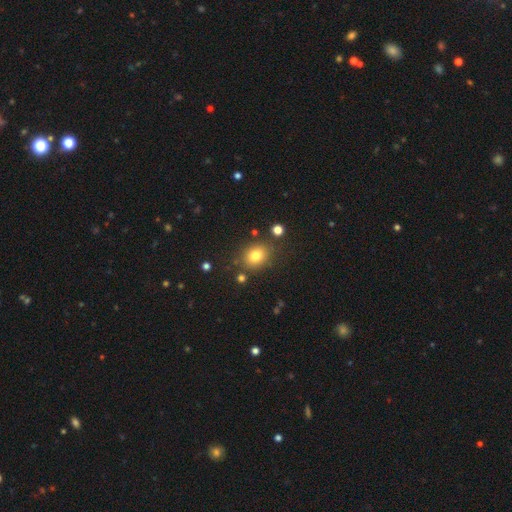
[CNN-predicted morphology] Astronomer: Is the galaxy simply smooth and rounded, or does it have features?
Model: smooth — 79%.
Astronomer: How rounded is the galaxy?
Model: round — 60% (runner-up: in between, 39%).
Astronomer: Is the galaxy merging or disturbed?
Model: none — 80%.